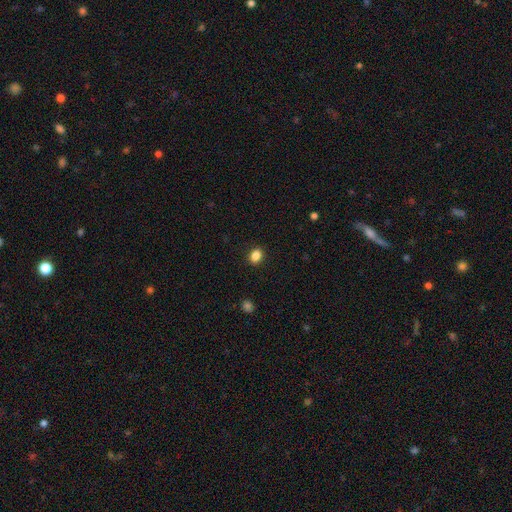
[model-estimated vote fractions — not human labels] This appears to be a smooth galaxy with no disk features (86%) that is in between round and cigar-shaped (54%). Merging: none (90%).